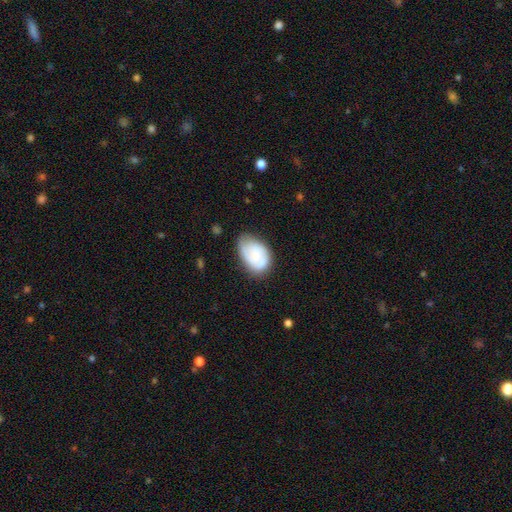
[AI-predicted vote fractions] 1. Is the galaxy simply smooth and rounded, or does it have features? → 55% smooth, 38% featured or disk, 7% star or artifact.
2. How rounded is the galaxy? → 85% in between, 13% round, 1% cigar-shaped.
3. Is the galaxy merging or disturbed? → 55% none, 34% minor disturbance, 9% major disturbance, 2% merger.